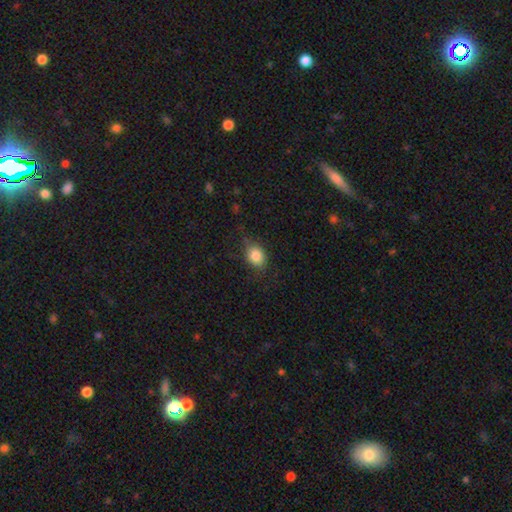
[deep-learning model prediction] Smooth or featured? Predicted: smooth (p=0.83). How rounded? Predicted: in between (p=0.58). Merging? Predicted: none (p=0.71).